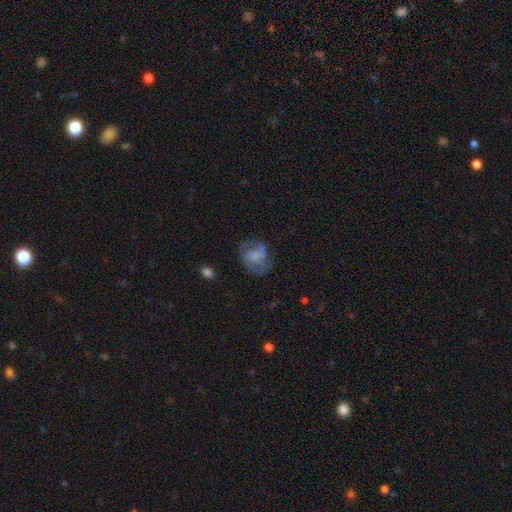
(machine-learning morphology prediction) Q: Smooth or featured?
A: featured or disk (51%); runner-up: smooth (40%)
Q: Edge-on disk?
A: no (97%); runner-up: yes (3%)
Q: Merging?
A: none (49%); runner-up: major disturbance (24%)